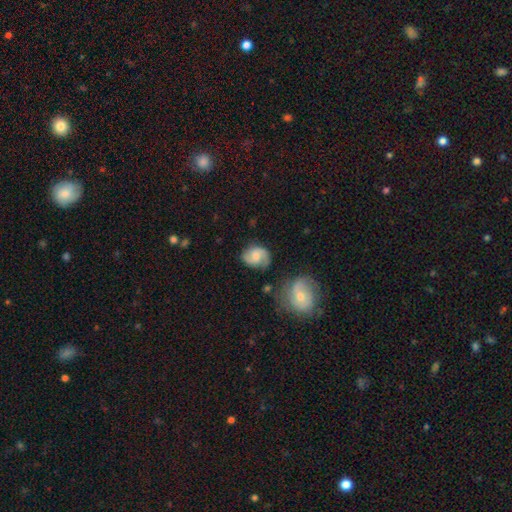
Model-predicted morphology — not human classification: Smooth or featured: featured or disk — 64% (smooth — 29%)
Edge-on disk: no — 98% (yes — 2%)
Bar: no — 57% (weak — 38%)
Spiral arms: yes — 93% (no — 7%)
Spiral winding: medium — 48% (loose — 28%)
Spiral arm count: 2 — 85% (can't tell — 7%)
Bulge size: moderate — 43% (small — 34%)
Merging: none — 69% (minor disturbance — 20%)